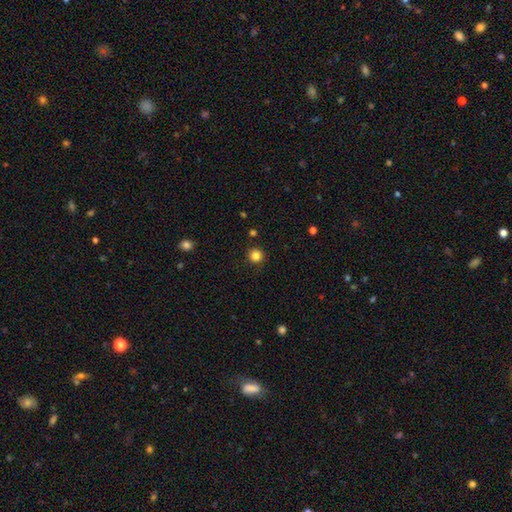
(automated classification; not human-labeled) Smooth or featured? Predicted: smooth (p=0.84). How rounded? Predicted: round (p=0.94). Merging? Predicted: none (p=0.91).